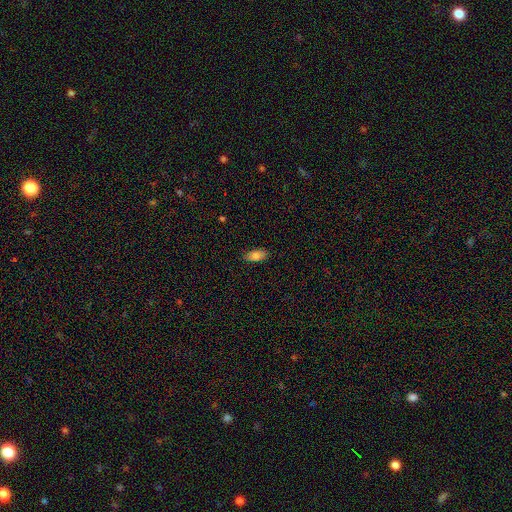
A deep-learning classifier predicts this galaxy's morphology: type=smooth (80%); roundness=in between (90%); merging=none (84%).